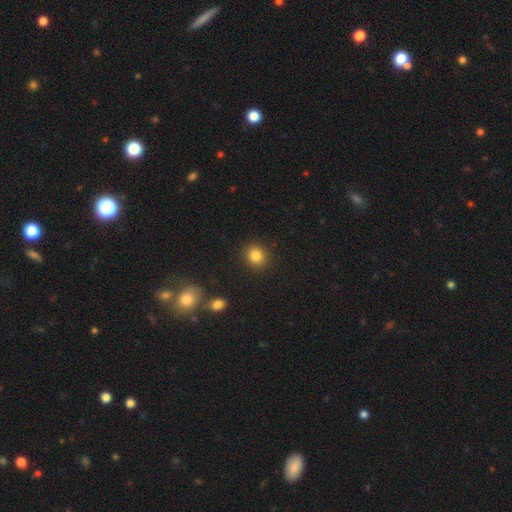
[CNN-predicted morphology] Smooth or featured?
  - smooth: 85% *
  - star or artifact: 10%
  - featured or disk: 5%
How rounded?
  - round: 80% *
  - in between: 19%
  - cigar-shaped: 1%
Merging?
  - none: 89% *
  - minor disturbance: 7%
  - major disturbance: 2%
  - merger: 2%